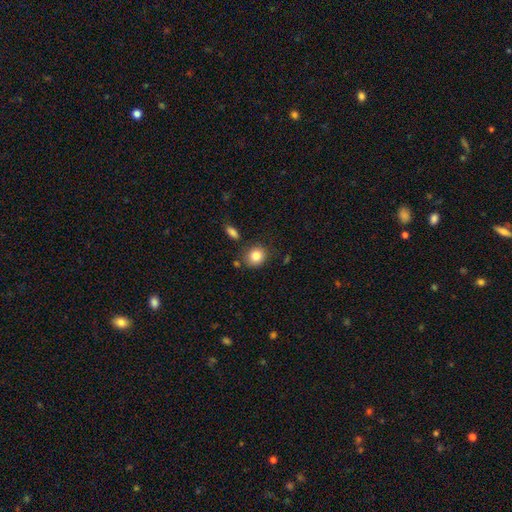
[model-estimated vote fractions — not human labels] smooth_or_featured: smooth (p=0.84) [alt: star or artifact p=0.09]
how_rounded: round (p=0.77) [alt: in between p=0.22]
merging: none (p=0.80) [alt: minor disturbance p=0.12]